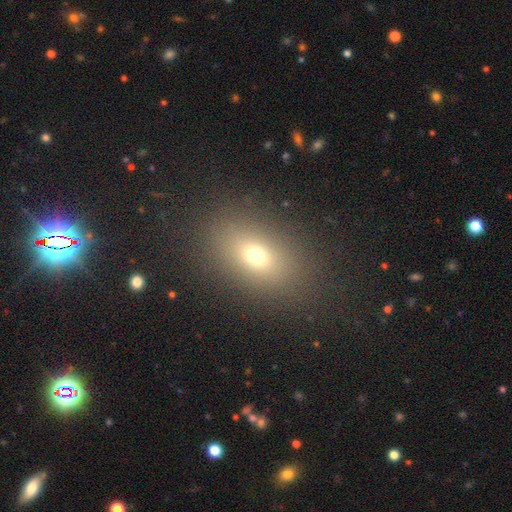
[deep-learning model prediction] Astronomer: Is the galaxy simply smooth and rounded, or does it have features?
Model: smooth — 68%.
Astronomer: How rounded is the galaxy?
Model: in between — 75%.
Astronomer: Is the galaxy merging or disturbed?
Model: none — 85%.